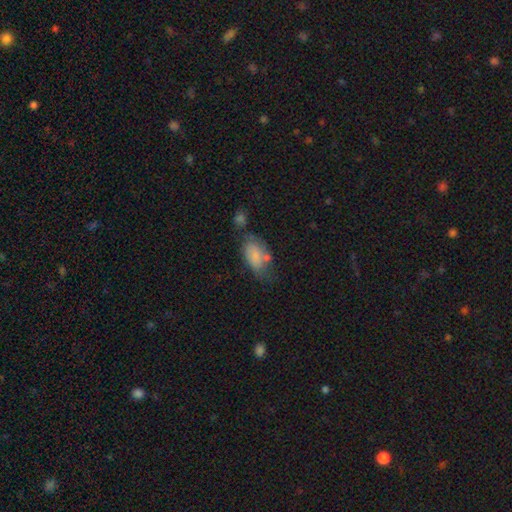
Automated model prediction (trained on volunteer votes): Smooth or featured: smooth — 72% (featured or disk — 20%)
How rounded: in between — 91% (round — 6%)
Merging: none — 39% (minor disturbance — 28%)